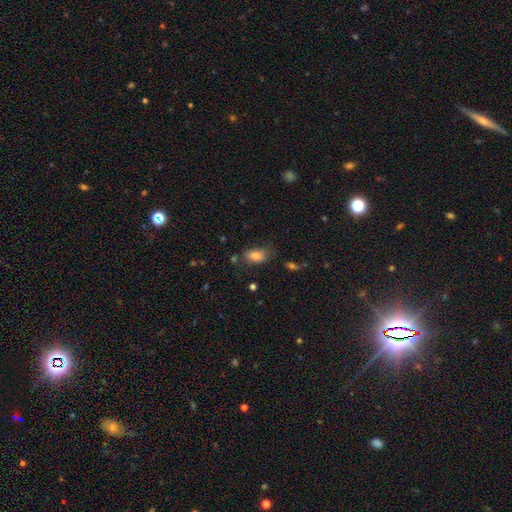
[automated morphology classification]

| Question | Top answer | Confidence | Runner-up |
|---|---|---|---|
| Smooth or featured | smooth | 83% | star or artifact (9%) |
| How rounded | in between | 89% | round (7%) |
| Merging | none | 67% | minor disturbance (22%) |